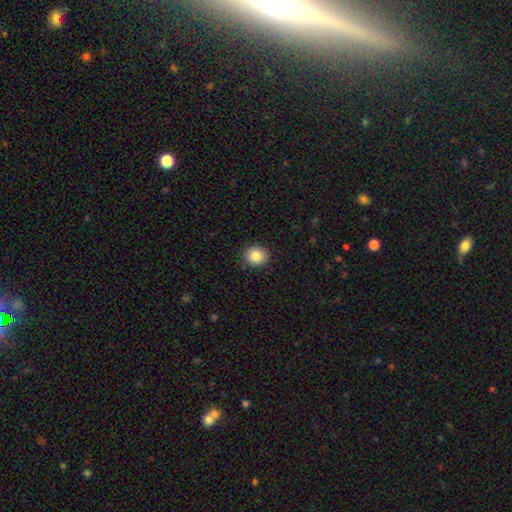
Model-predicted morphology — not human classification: This is clearly a smooth galaxy (86%). How rounded: likely round (79%). Merging: clearly none (90%).